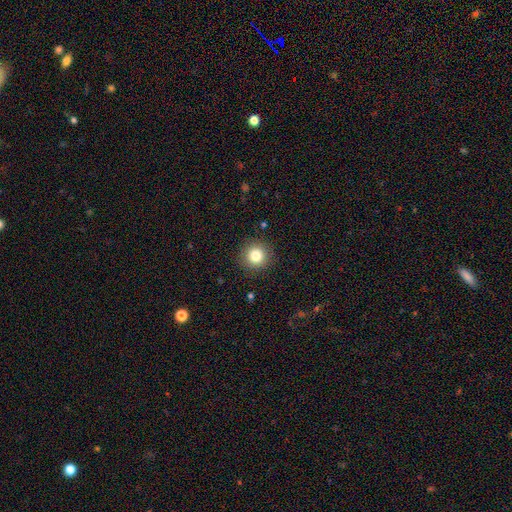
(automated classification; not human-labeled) This is clearly a smooth galaxy (82%). How rounded: clearly round (95%). Merging: clearly none (91%).